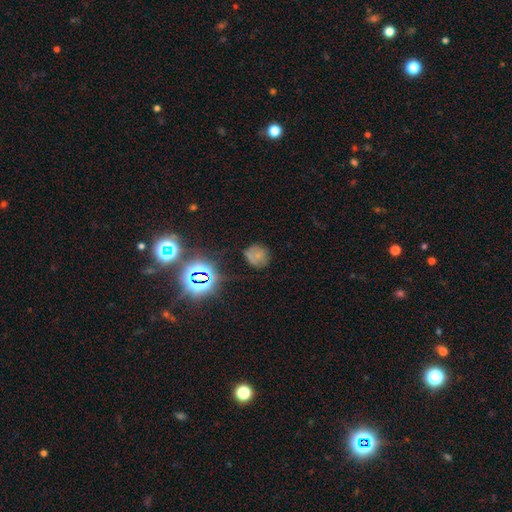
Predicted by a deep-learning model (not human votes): smooth-or-featured: smooth: 56% | star or artifact: 27% | featured or disk: 17%
  how-rounded: round: 78% | in between: 21% | cigar-shaped: 1%
  merging: none: 63% | minor disturbance: 22% | major disturbance: 9% | merger: 5%